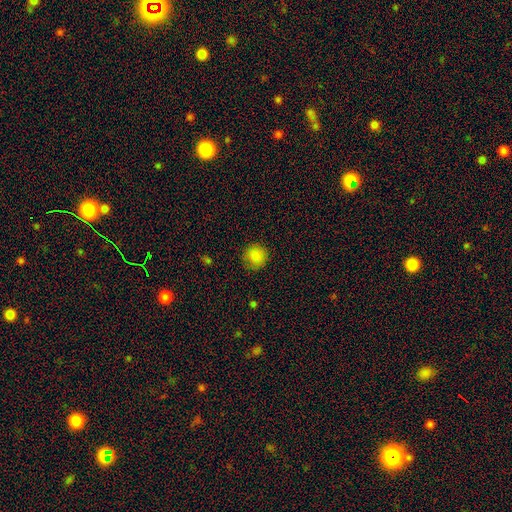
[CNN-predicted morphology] Smooth or featured? Predicted: smooth (p=0.84). How rounded? Predicted: round (p=0.91). Merging? Predicted: none (p=0.84).